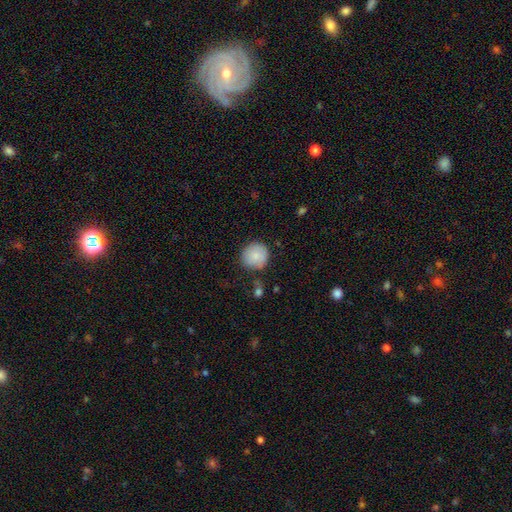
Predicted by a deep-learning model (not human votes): smooth_or_featured: smooth (p=0.86) [alt: star or artifact p=0.07]
how_rounded: round (p=0.93) [alt: in between p=0.06]
merging: none (p=0.81) [alt: minor disturbance p=0.14]